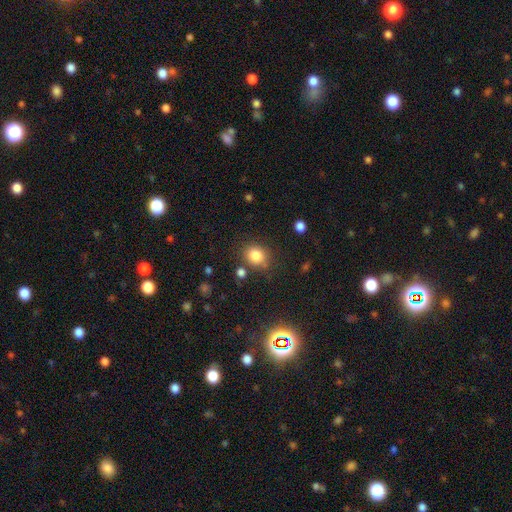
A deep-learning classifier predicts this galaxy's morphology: This appears to be a smooth galaxy with no disk features (82%) that is round (68%). Merging: none (75%).